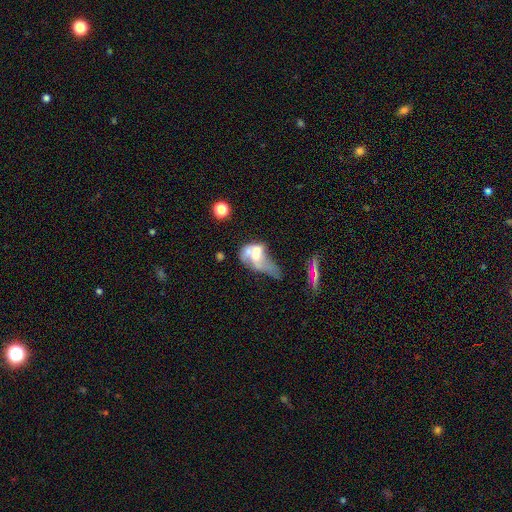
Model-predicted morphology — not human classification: Smooth or featured? featured or disk (49%)
Merging? merger (58%)